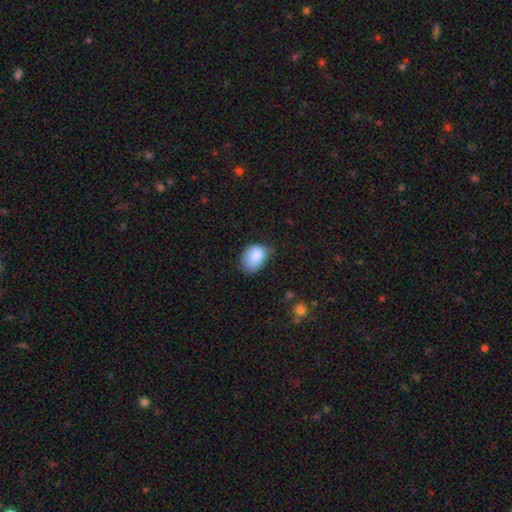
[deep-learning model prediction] smooth-or-featured: smooth: 84% | featured or disk: 8% | star or artifact: 8%
  how-rounded: in between: 76% | round: 23% | cigar-shaped: 1%
  merging: none: 46% | minor disturbance: 41% | major disturbance: 12% | merger: 2%